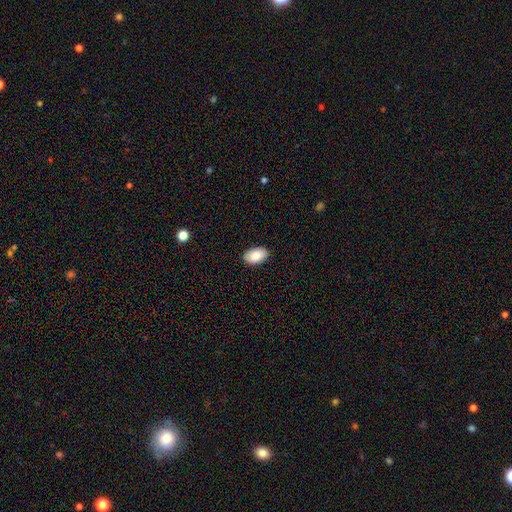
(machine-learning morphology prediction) type=smooth (89%); roundness=in between (94%); merging=none (88%).